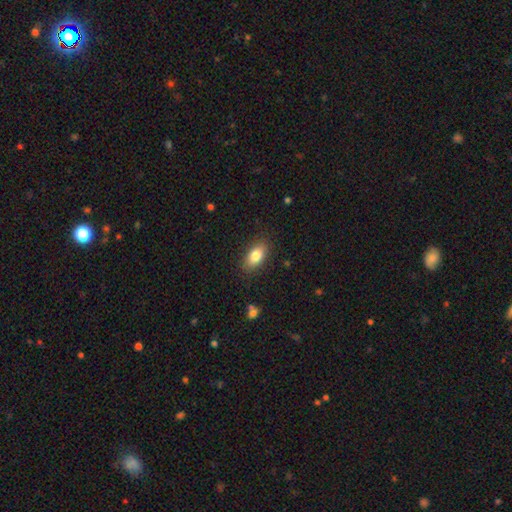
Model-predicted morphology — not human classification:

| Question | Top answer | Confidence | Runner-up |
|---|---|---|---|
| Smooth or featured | smooth | 82% | featured or disk (10%) |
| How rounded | in between | 89% | round (6%) |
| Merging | none | 86% | minor disturbance (10%) |